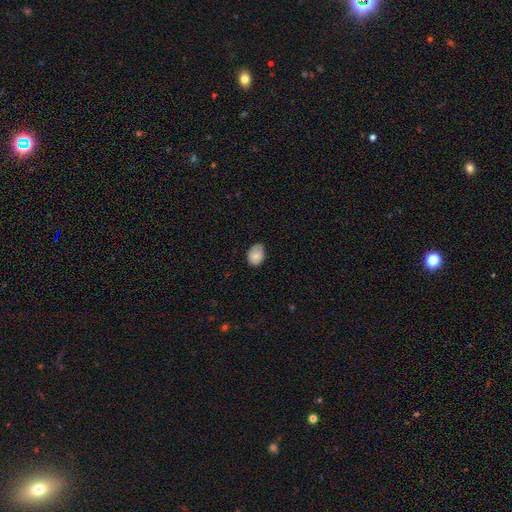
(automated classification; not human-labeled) Q: Smooth or featured?
A: smooth (82%); runner-up: featured or disk (11%)
Q: How rounded?
A: in between (73%); runner-up: round (26%)
Q: Merging?
A: none (65%); runner-up: minor disturbance (28%)